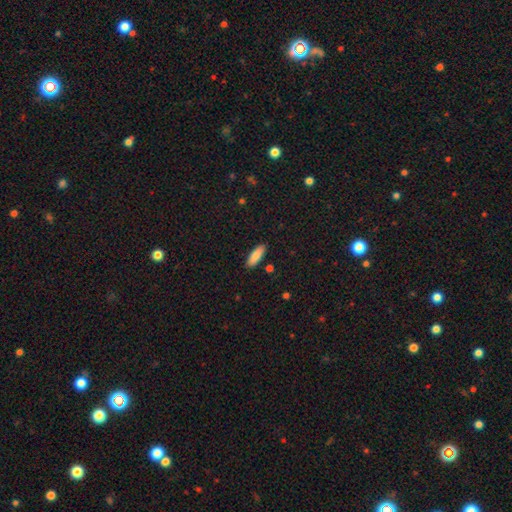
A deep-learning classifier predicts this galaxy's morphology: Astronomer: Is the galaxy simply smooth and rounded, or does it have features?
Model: smooth — 86%.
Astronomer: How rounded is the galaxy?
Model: in between — 59% (runner-up: cigar-shaped, 39%).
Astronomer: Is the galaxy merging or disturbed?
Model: none — 88%.